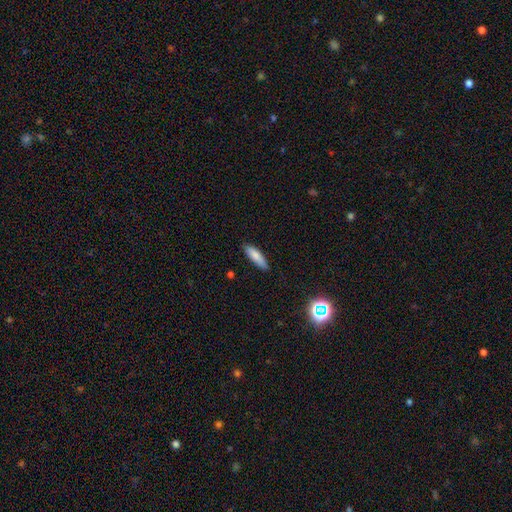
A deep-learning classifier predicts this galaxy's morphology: Smooth or featured? smooth (83%)
How rounded? cigar-shaped (61%)
Merging? none (84%)